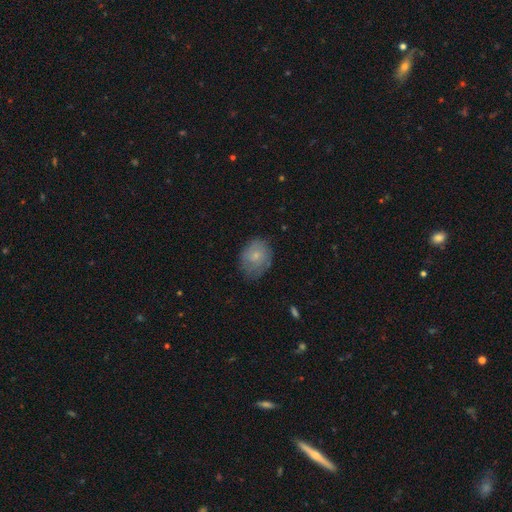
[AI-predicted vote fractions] Q: Smooth or featured?
A: smooth (69%); runner-up: featured or disk (24%)
Q: How rounded?
A: round (53%); runner-up: in between (46%)
Q: Merging?
A: none (60%); runner-up: minor disturbance (29%)